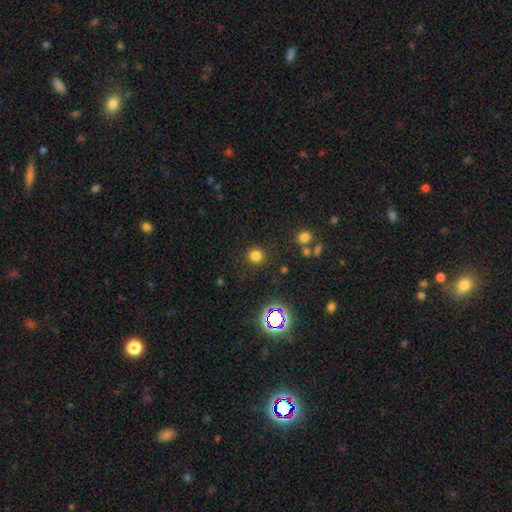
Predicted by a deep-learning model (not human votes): Smooth or featured? smooth (77%)
How rounded? round (92%)
Merging? none (87%)